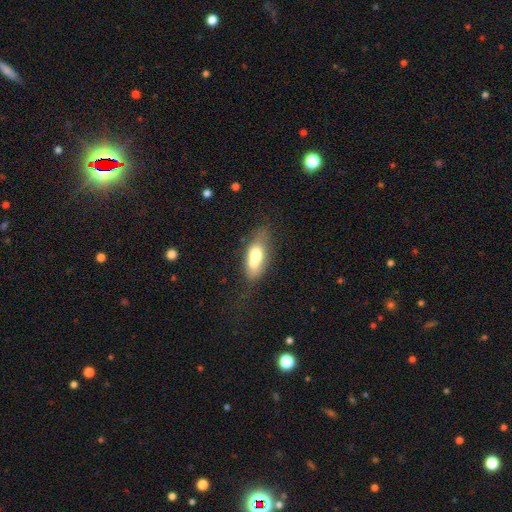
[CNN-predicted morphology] A smooth galaxy with no disk features (61%) that is in between round and cigar-shaped (79%).

Vote fractions:
- Smooth or featured? smooth: 61% / featured or disk: 31% / star or artifact: 8%
- How rounded? in between: 79% / cigar-shaped: 15% / round: 7%
- Merging? merger: 38% (tied) / none: 38% (tied) / minor disturbance: 17% / major disturbance: 8%